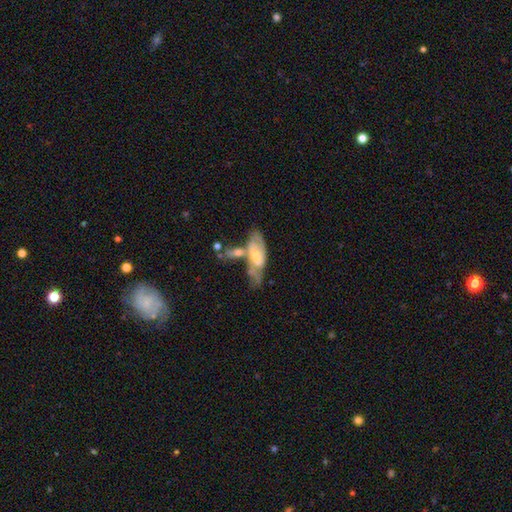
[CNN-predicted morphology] Q: Smooth or featured?
A: featured or disk (59%); runner-up: smooth (35%)
Q: Edge-on disk?
A: no (83%); runner-up: yes (17%)
Q: Merging?
A: merger (46%); runner-up: none (25%)